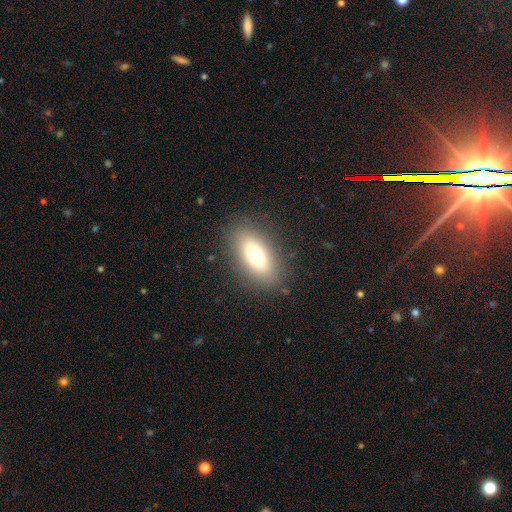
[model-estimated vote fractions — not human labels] This appears to be a smooth galaxy with no disk features (69%) that is in between round and cigar-shaped (82%). Merging: none (84%).